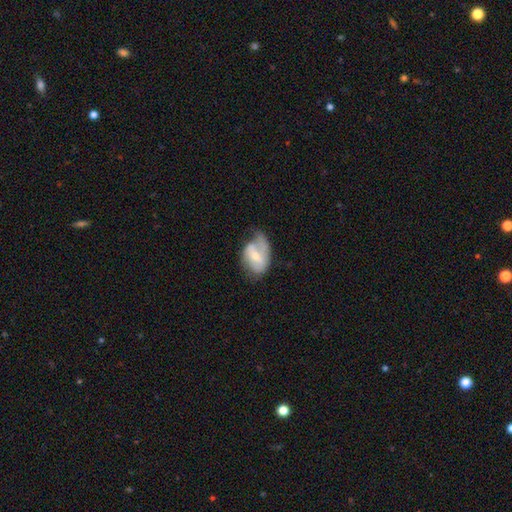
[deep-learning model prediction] smooth_or_featured: featured or disk (p=0.54) [alt: smooth p=0.39]
disk_edge_on: no (p=0.96) [alt: yes p=0.04]
bar: weak (p=0.44) [alt: no p=0.33]
has_spiral_arms: yes (p=0.63) [alt: no p=0.37]
bulge_size: moderate (p=0.46) [alt: small p=0.45]
merging: minor disturbance (p=0.33) [alt: none p=0.30]